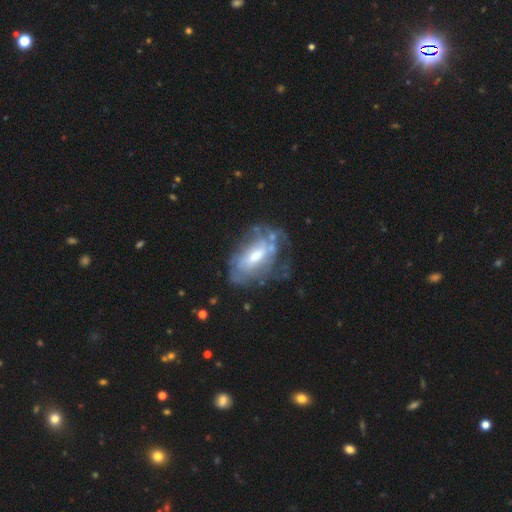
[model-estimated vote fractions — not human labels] smooth-or-featured: featured or disk: 69% | smooth: 23% | star or artifact: 8%
  disk-edge-on: no: 92% | yes: 8%
    bar: weak: 43% | no: 39% | strong: 18%
    has-spiral-arms: yes: 60% | no: 40%
    bulge-size: moderate: 56% | small: 27% | large: 12% | none: 3% | dominant: 1%
  merging: none: 52% | minor disturbance: 25% | major disturbance: 18% | merger: 5%